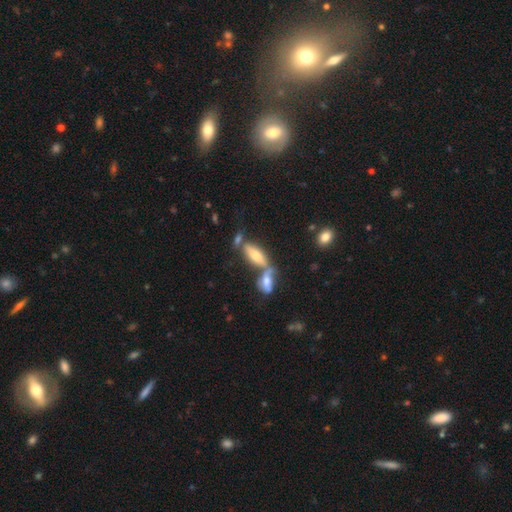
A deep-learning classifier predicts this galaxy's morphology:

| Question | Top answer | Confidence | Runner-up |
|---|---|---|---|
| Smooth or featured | smooth | 53% | featured or disk (36%) |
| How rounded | in between | 62% | cigar-shaped (35%) |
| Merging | none | 44% | merger (39%) |